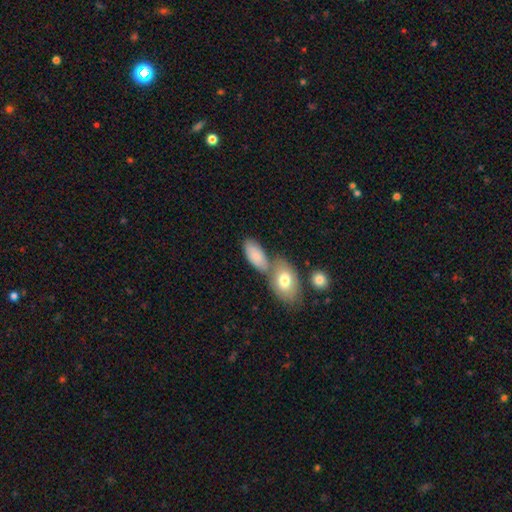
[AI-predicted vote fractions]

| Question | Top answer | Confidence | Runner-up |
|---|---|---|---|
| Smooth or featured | smooth | 81% | featured or disk (13%) |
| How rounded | in between | 90% | cigar-shaped (6%) |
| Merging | none | 43% | merger (38%) |